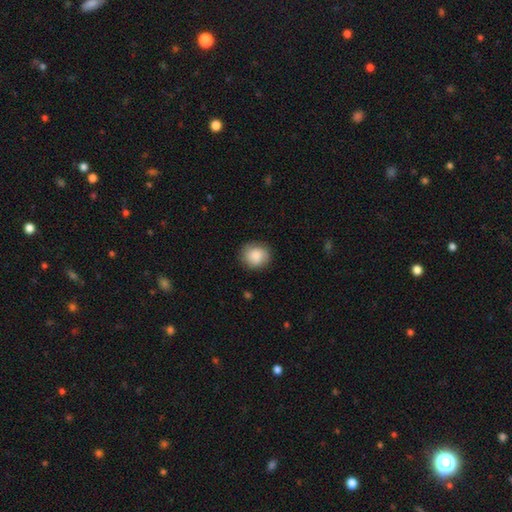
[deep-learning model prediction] The model was most divided on "how rounded": round: 80%, in between: 20%, cigar-shaped: 1%. More confident: smooth or featured — smooth (87%); merging — none (84%).